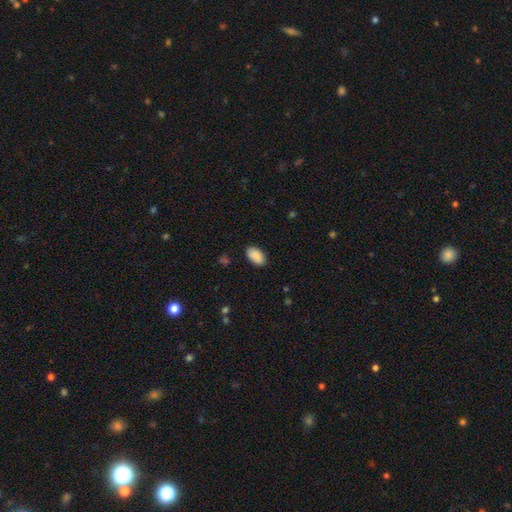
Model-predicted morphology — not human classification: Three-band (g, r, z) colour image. It shows a smooth galaxy with no disk features (91%) that is in between round and cigar-shaped (94%). Merging: none (87%).